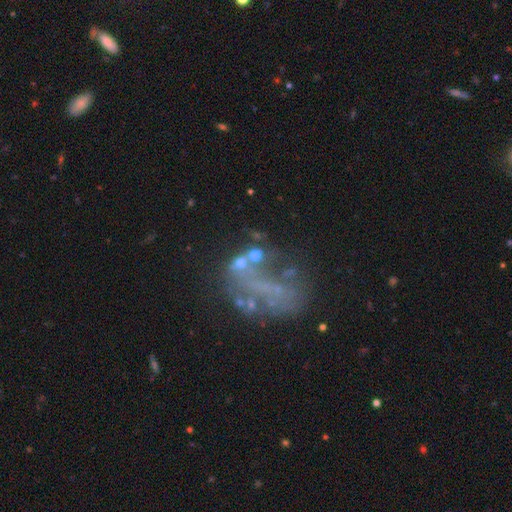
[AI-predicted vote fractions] The model was most divided on "merging": merger: 32%, none: 29%, major disturbance: 27%, minor disturbance: 12%. Remaining: smooth or featured — featured or disk (41%).